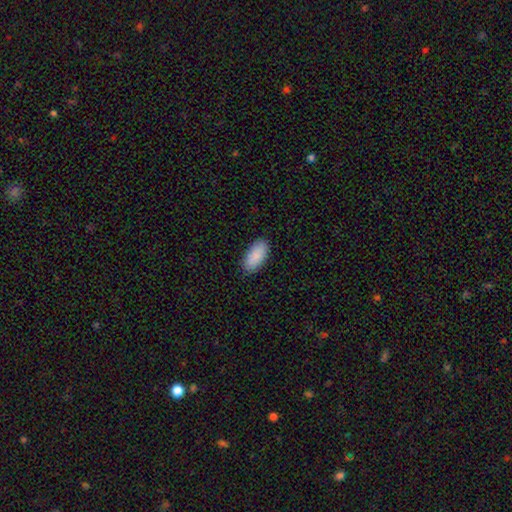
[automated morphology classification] Q: Smooth or featured?
A: smooth (90%); runner-up: star or artifact (6%)
Q: How rounded?
A: in between (94%); runner-up: cigar-shaped (4%)
Q: Merging?
A: none (88%); runner-up: minor disturbance (9%)